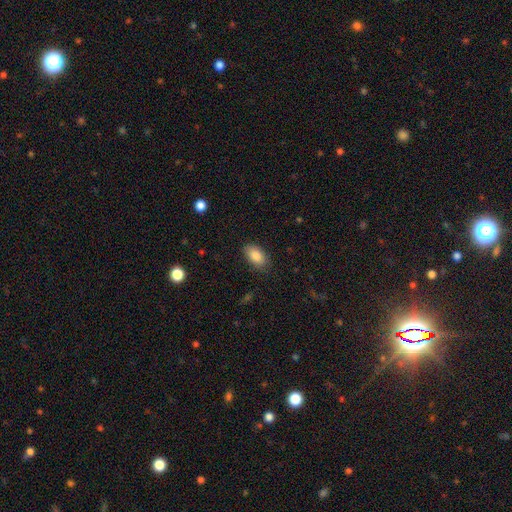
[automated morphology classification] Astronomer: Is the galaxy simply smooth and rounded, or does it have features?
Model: smooth — 87%.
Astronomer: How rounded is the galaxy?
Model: in between — 93%.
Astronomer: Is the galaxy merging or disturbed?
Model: none — 85%.